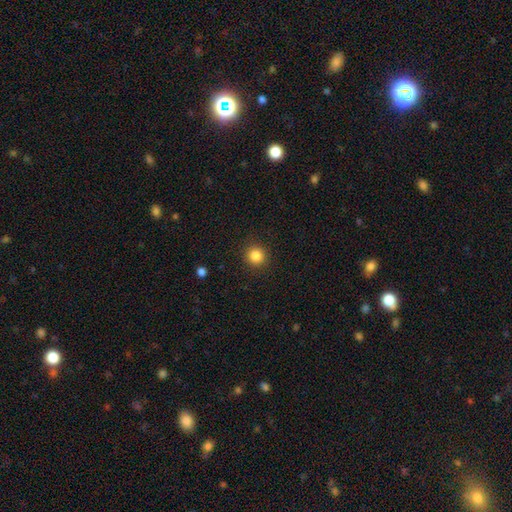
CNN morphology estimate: Q: Smooth or featured?
A: smooth (84%); runner-up: star or artifact (11%)
Q: How rounded?
A: round (93%); runner-up: in between (6%)
Q: Merging?
A: none (91%); runner-up: minor disturbance (5%)